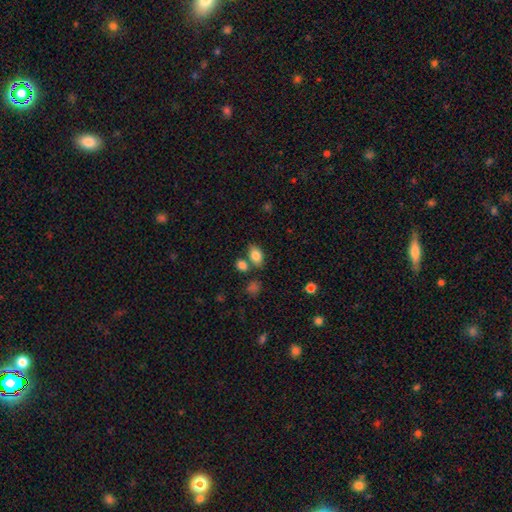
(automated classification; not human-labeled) This appears to be a smooth galaxy with no disk features (82%) that is in between round and cigar-shaped (85%). Merging: none (65%).